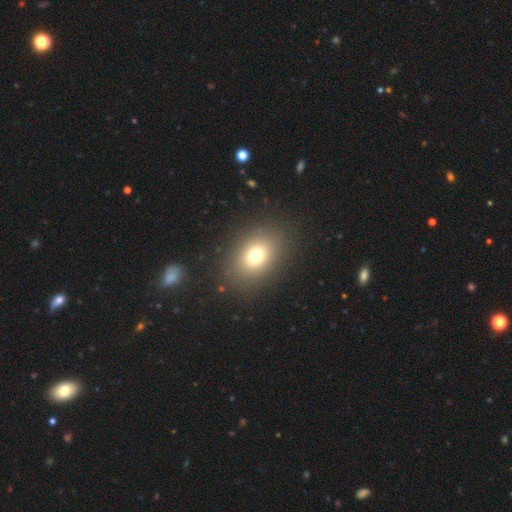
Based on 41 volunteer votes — This appears to be a smooth galaxy with no disk features (83%) that is in between round and cigar-shaped (74%). Merging: none (78%).